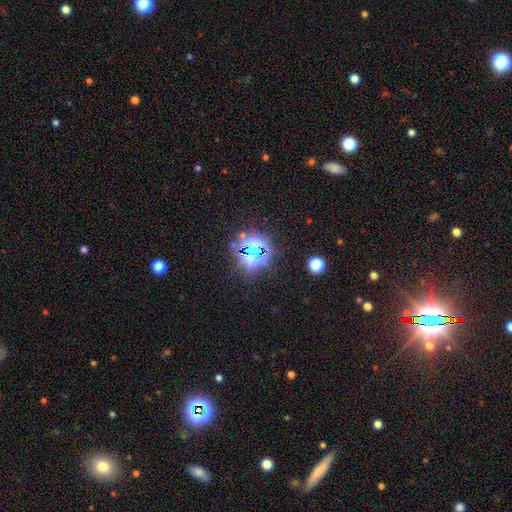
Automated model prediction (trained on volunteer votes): smooth-or-featured: star or artifact: 83% | smooth: 10% | featured or disk: 6%